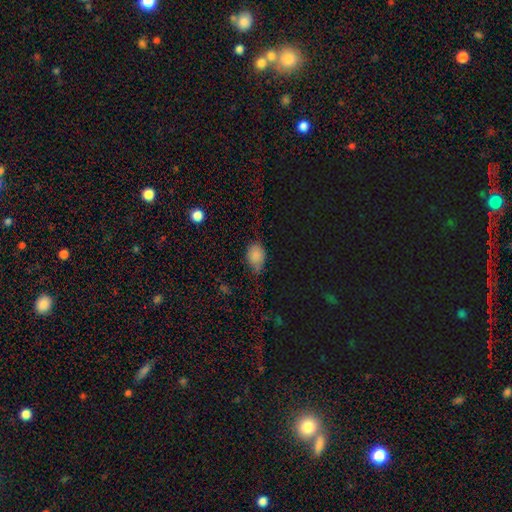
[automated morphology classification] smooth_or_featured: smooth (p=0.79) [alt: star or artifact p=0.15]
how_rounded: in between (p=0.78) [alt: round p=0.20]
merging: none (p=0.49) [alt: minor disturbance p=0.39]